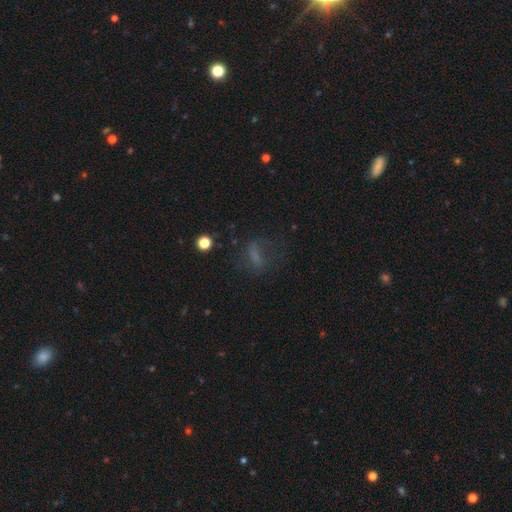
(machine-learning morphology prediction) Overall: smooth (54%; featured or disk 24%). How rounded: in between (53%; cigar-shaped 27%). Merging: none (55%; major disturbance 23%).